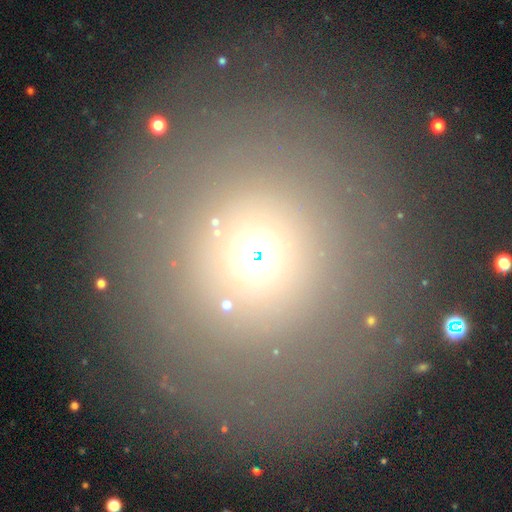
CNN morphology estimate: Smooth or featured?
  - smooth: 58% *
  - star or artifact: 26%
  - featured or disk: 16%
How rounded?
  - round: 86% *
  - in between: 12%
  - cigar-shaped: 1%
Merging?
  - none: 78% *
  - minor disturbance: 11%
  - major disturbance: 8%
  - merger: 4%